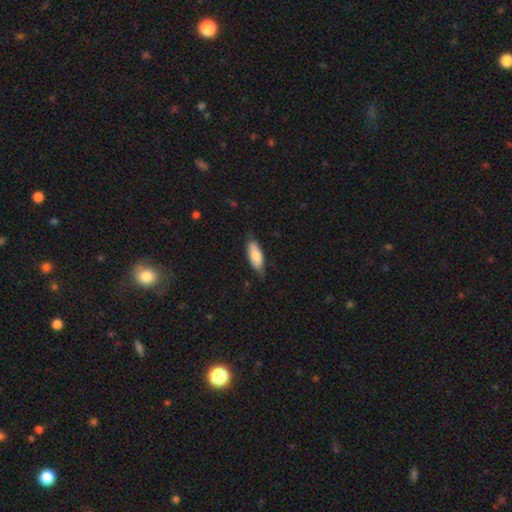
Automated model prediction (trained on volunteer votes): Smooth or featured? Predicted: smooth (p=0.79). How rounded? Predicted: in between (p=0.74). Merging? Predicted: none (p=0.70).